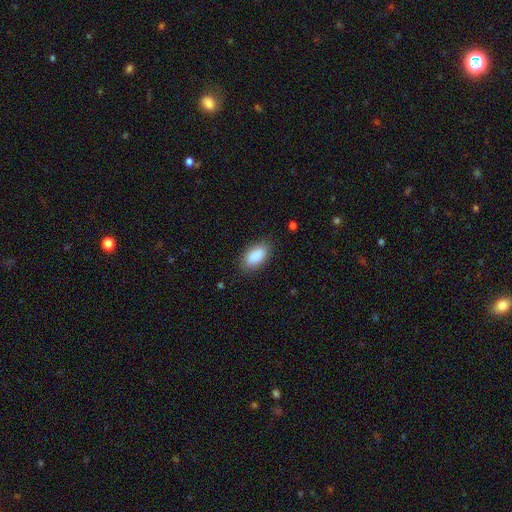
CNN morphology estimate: Smooth or featured: smooth — 88% (star or artifact — 7%)
How rounded: in between — 93% (round — 4%)
Merging: none — 81% (minor disturbance — 14%)